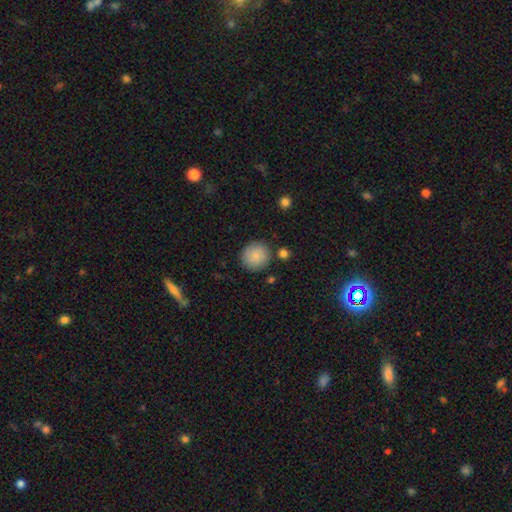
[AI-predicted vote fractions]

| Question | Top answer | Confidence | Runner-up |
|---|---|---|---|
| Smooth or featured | smooth | 85% | featured or disk (8%) |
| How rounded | round | 93% | in between (6%) |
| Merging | none | 85% | minor disturbance (9%) |